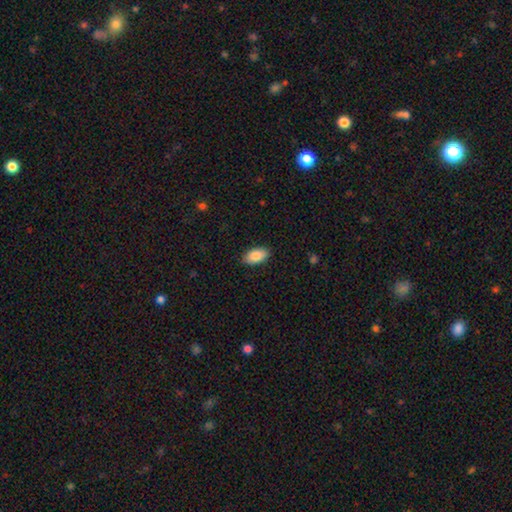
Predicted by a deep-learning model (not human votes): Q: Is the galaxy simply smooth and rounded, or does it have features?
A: smooth — 88%.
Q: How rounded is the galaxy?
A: in between — 94%.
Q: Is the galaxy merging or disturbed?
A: none — 88%.